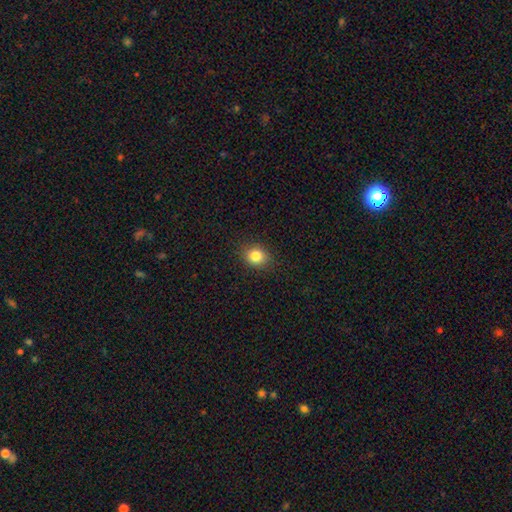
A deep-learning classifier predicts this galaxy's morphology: This appears to be a smooth galaxy with no disk features (83%) that is round (64%). Merging: none (87%).